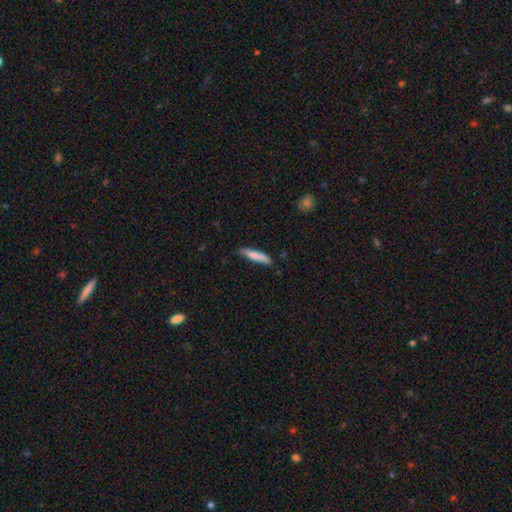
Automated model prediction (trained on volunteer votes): A smooth galaxy with no disk features (80%) that is cigar-shaped (85%).

Vote fractions:
- Smooth or featured? smooth: 80% / featured or disk: 14% / star or artifact: 6%
- How rounded? cigar-shaped: 85% / in between: 14% / round: 1%
- Merging? none: 79% / minor disturbance: 17% / major disturbance: 2% / merger: 2%